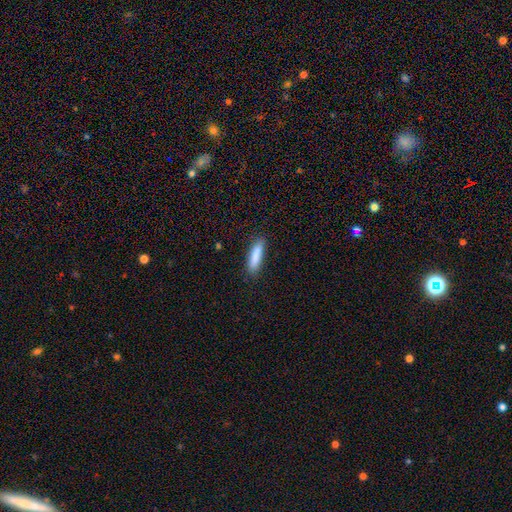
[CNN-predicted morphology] smooth 86%, featured or disk 8%, star or artifact 6%. Down the decision tree: how rounded — cigar-shaped (76%); merging — none (84%).